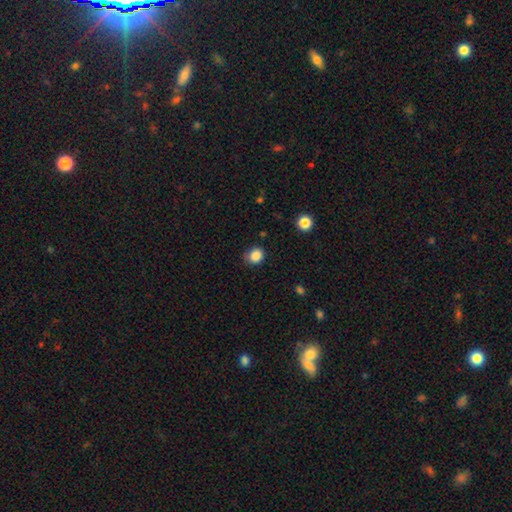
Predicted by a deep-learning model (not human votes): Smooth or featured? smooth (86%)
How rounded? round (73%)
Merging? none (73%)